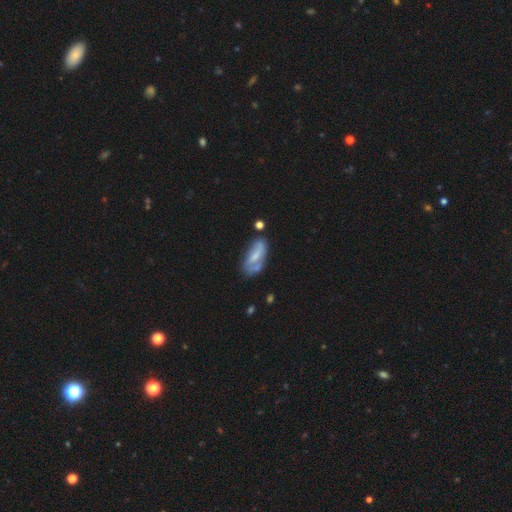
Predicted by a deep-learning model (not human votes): A featured or disk galaxy (51%).

Vote fractions:
- Smooth or featured? featured or disk: 51% / smooth: 42% / star or artifact: 7%
- Edge-on disk? no: 89% / yes: 11%
- Merging? none: 50% / minor disturbance: 26% / major disturbance: 13% / merger: 12%